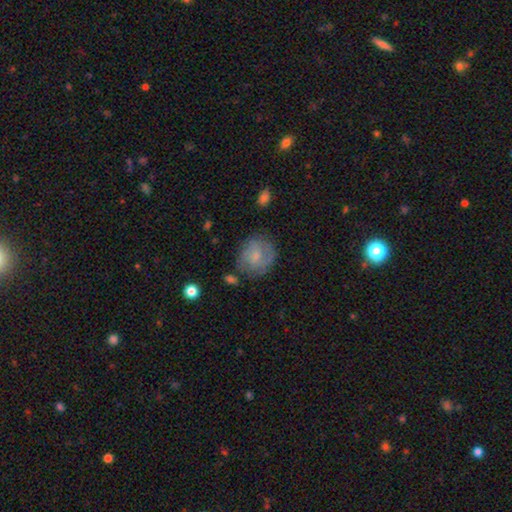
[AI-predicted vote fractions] A smooth galaxy with no disk features (62%) that is round (79%). Merging: none (66%).